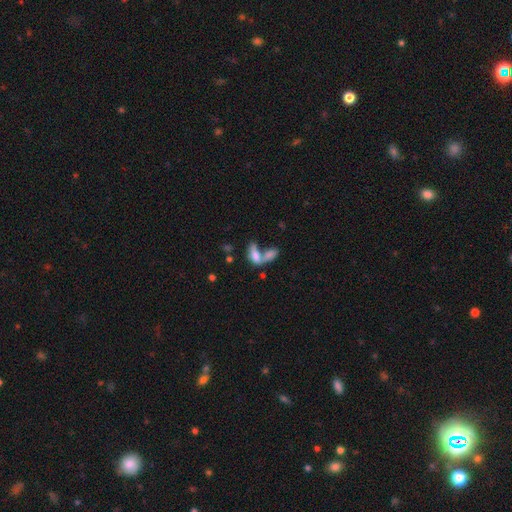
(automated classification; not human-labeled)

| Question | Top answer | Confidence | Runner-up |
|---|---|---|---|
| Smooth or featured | smooth | 70% | featured or disk (20%) |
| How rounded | in between | 78% | cigar-shaped (17%) |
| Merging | merger | 66% | none (20%) |